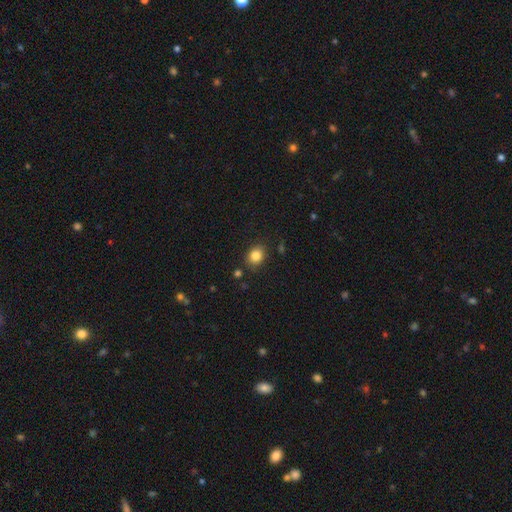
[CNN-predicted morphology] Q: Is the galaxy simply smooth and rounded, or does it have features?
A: smooth — 84%.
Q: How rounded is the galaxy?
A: round — 57%.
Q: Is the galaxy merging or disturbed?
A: none — 84%.